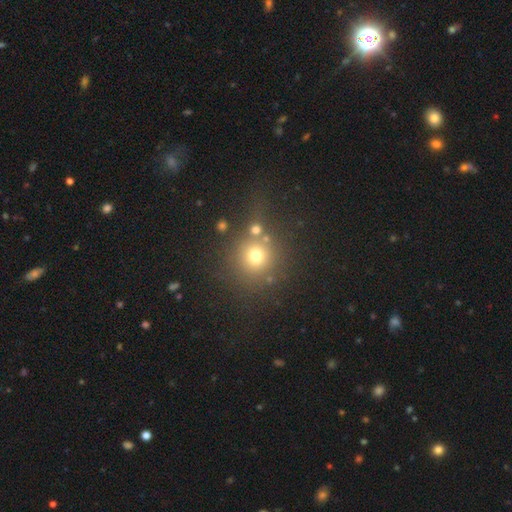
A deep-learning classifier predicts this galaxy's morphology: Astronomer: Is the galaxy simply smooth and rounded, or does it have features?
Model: smooth — 70%.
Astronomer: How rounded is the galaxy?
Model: round — 92%.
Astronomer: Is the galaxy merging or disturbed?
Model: none — 72%.